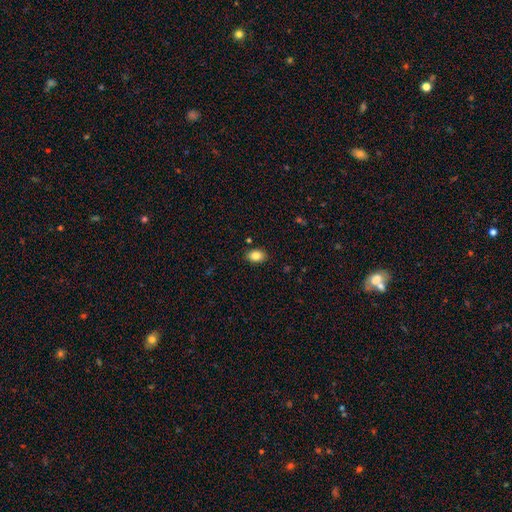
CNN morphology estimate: This appears to be a smooth galaxy with no disk features (84%) that is in between round and cigar-shaped (80%). Merging: none (87%).